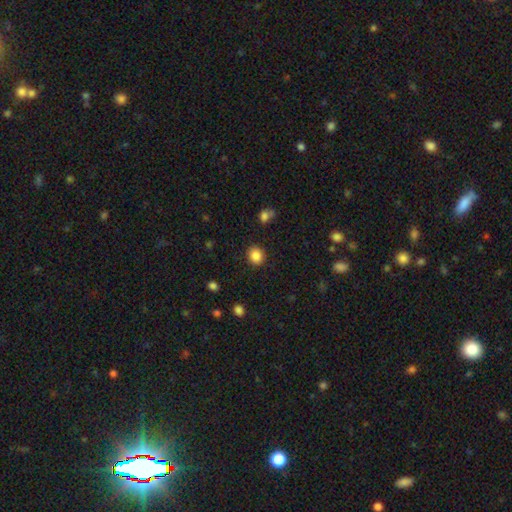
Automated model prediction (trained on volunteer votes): Overall: smooth (86%). How rounded: round (74%). Merging: none (89%).